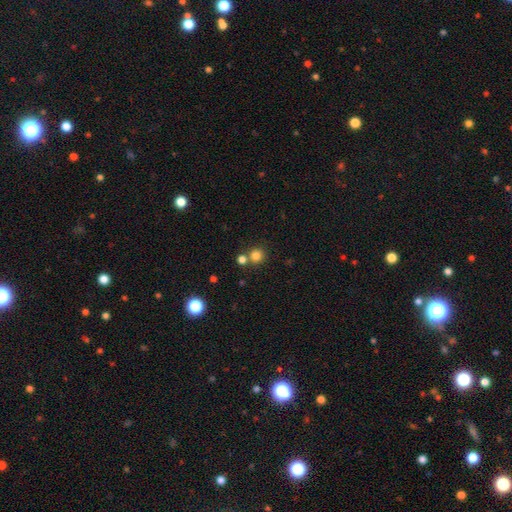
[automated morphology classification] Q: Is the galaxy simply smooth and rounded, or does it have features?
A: smooth — 80%.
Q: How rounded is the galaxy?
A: round — 91%.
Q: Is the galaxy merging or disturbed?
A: none — 69%.